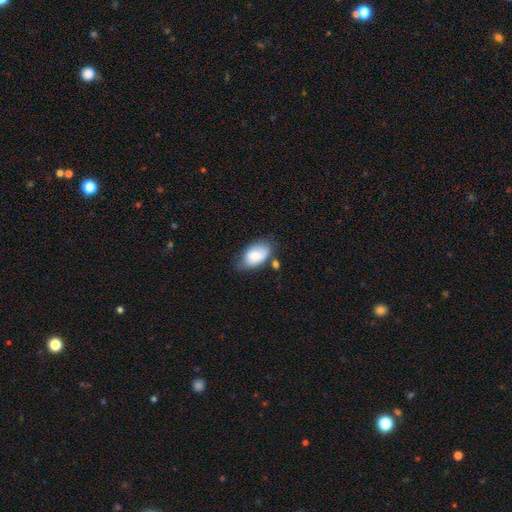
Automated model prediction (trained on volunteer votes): Q: Smooth or featured?
A: smooth (81%); runner-up: featured or disk (12%)
Q: How rounded?
A: in between (93%); runner-up: round (5%)
Q: Merging?
A: none (57%); runner-up: minor disturbance (27%)